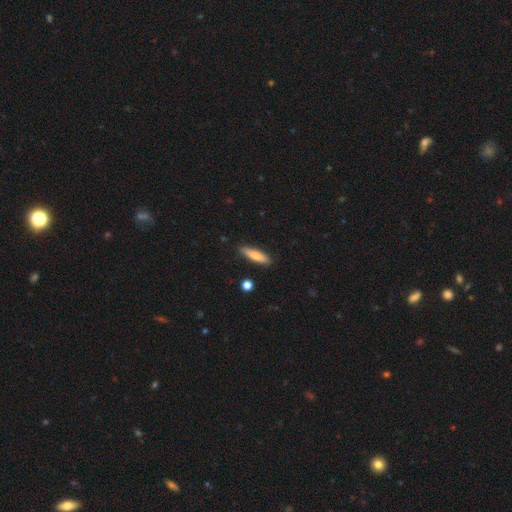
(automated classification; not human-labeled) Smooth or featured? smooth (75%)
How rounded? cigar-shaped (72%)
Merging? none (87%)